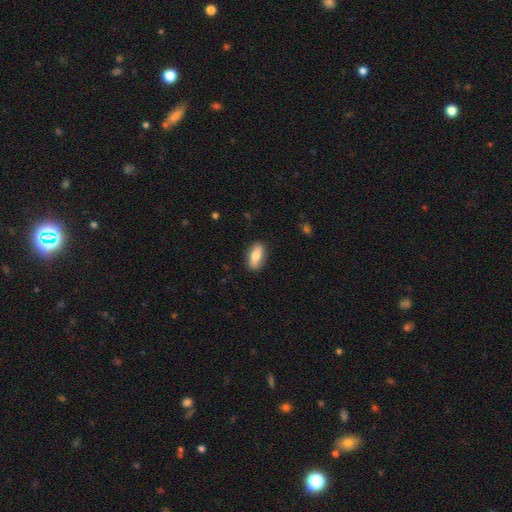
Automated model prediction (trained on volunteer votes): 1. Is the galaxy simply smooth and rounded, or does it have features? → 73% smooth, 21% featured or disk, 6% star or artifact.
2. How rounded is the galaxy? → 81% in between, 15% cigar-shaped, 4% round.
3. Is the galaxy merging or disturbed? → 85% none, 11% minor disturbance, 2% major disturbance, 1% merger.